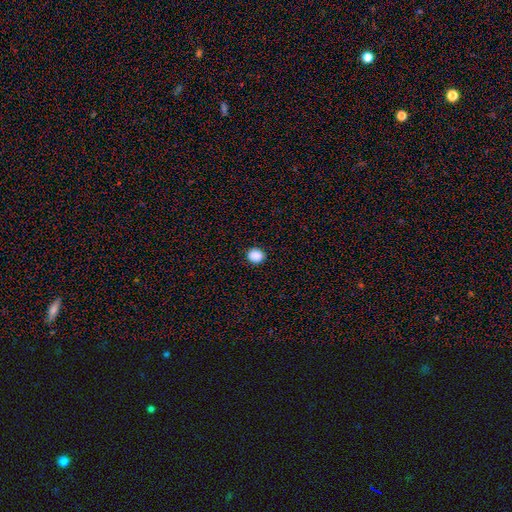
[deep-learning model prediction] smooth_or_featured: smooth (p=0.88) [alt: star or artifact p=0.09]
how_rounded: round (p=0.82) [alt: in between p=0.17]
merging: none (p=0.91) [alt: minor disturbance p=0.06]